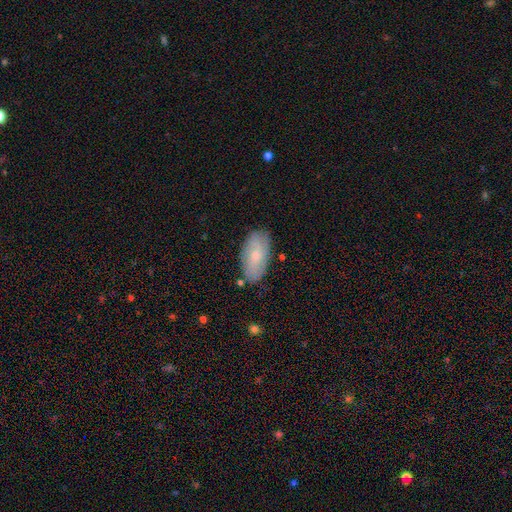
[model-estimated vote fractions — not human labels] A smooth galaxy with no disk features (59%) that is in between round and cigar-shaped (92%). Merging: none (80%).